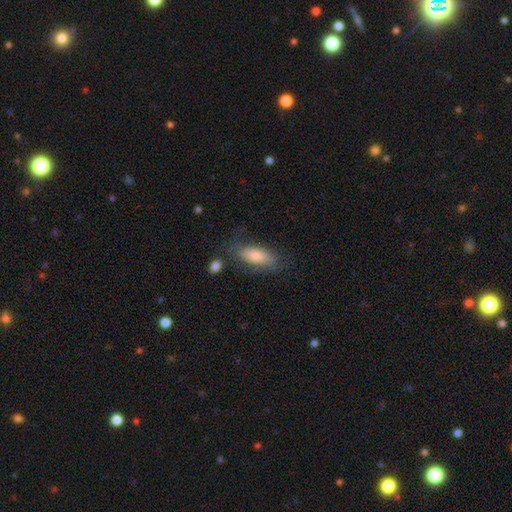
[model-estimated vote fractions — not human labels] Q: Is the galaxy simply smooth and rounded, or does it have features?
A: smooth — 69%.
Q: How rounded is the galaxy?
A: in between — 78%.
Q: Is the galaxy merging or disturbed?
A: none — 64%.